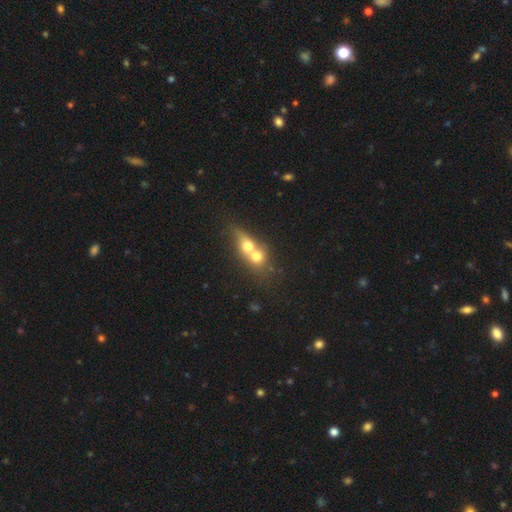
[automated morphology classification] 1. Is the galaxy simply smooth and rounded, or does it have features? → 60% smooth, 29% featured or disk, 11% star or artifact.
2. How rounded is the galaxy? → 55% round, 37% in between, 8% cigar-shaped.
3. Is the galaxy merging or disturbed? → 75% merger, 17% none, 5% minor disturbance, 4% major disturbance.